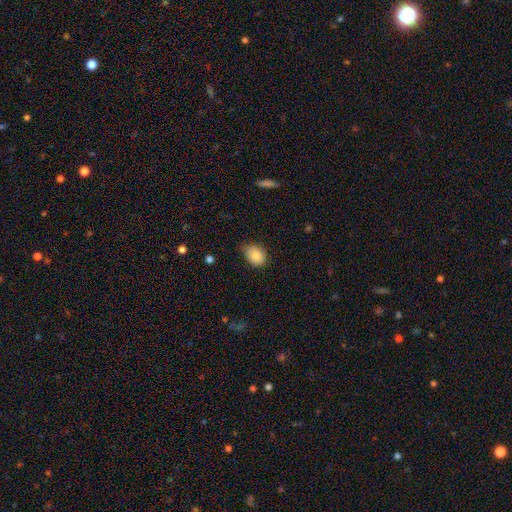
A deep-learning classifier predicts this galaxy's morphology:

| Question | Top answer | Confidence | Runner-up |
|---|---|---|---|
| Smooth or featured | smooth | 83% | featured or disk (9%) |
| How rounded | in between | 67% | round (32%) |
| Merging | none | 66% | minor disturbance (28%) |